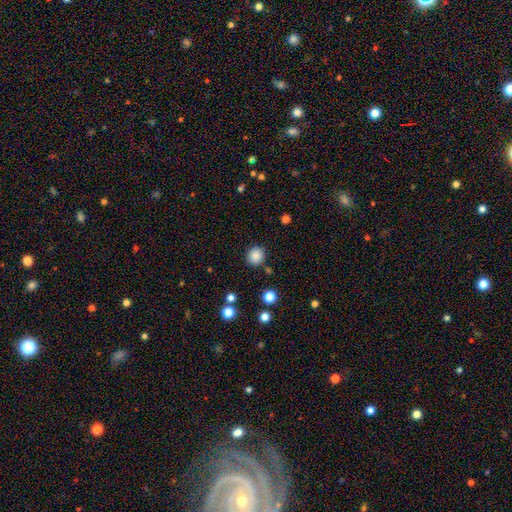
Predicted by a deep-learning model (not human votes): This appears to be a smooth galaxy with no disk features (86%) that is round (91%). Merging: none (86%).